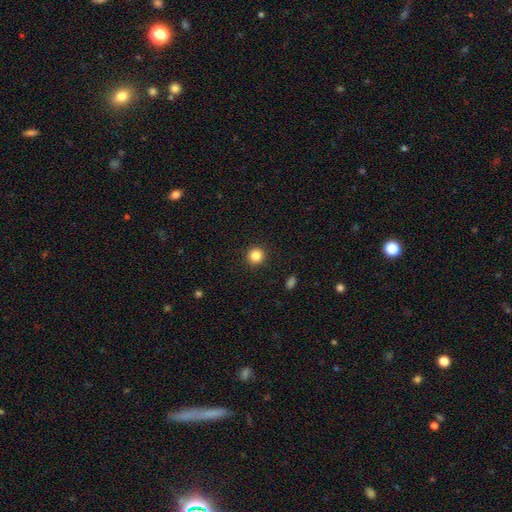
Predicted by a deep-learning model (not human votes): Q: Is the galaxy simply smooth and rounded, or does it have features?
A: smooth — 85%.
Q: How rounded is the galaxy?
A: round — 94%.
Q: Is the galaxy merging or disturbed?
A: none — 92%.